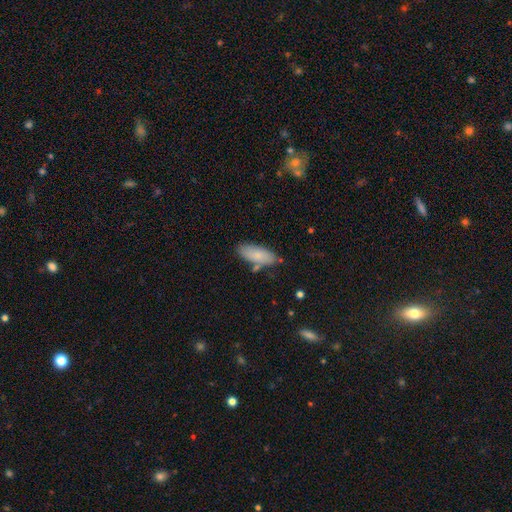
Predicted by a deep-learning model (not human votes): Smooth or featured?
  - smooth: 83% *
  - featured or disk: 11%
  - star or artifact: 6%
How rounded?
  - in between: 83% *
  - cigar-shaped: 15%
  - round: 2%
Merging?
  - none: 72% *
  - minor disturbance: 17%
  - merger: 7%
  - major disturbance: 4%